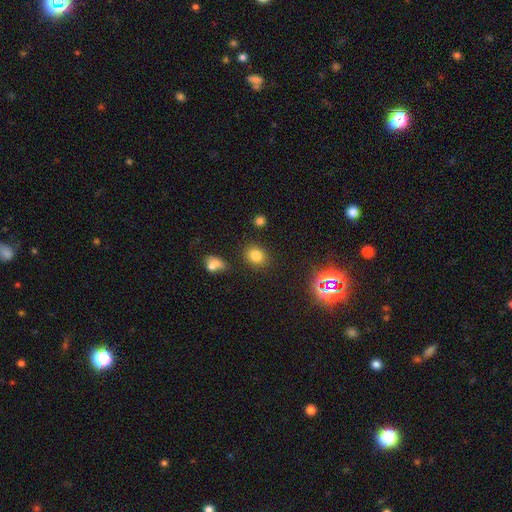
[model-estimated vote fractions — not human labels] Smooth or featured? Predicted: smooth (p=0.77). How rounded? Predicted: round (p=0.59). Merging? Predicted: none (p=0.83).